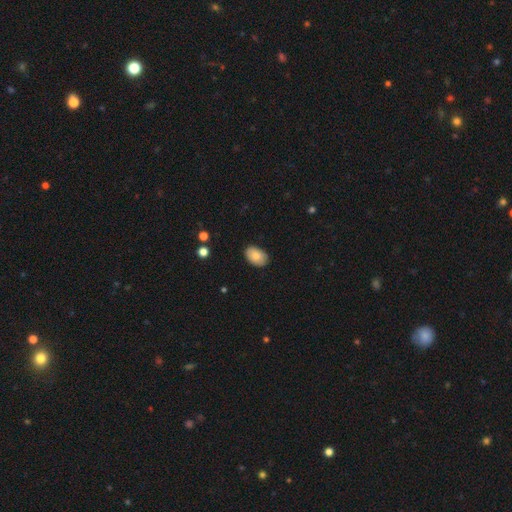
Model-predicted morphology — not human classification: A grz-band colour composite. It shows a smooth galaxy with no disk features (82%) that is in between round and cigar-shaped (88%). Merging: none (84%).